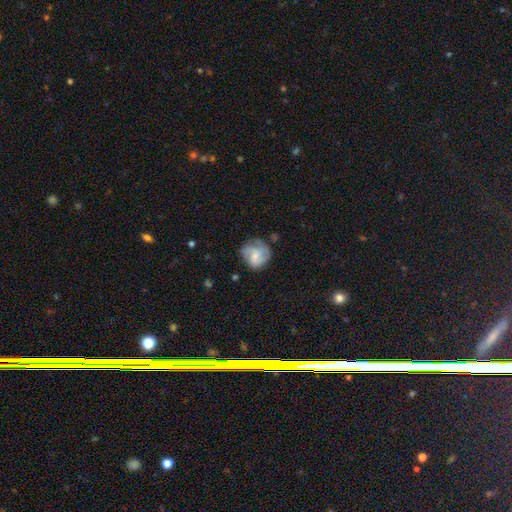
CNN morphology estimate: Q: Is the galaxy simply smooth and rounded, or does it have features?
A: featured or disk — 52%.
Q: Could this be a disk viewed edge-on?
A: no — 98%.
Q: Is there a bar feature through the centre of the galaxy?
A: no — 59%.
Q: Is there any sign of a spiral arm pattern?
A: yes — 75%.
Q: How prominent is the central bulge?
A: small — 45%.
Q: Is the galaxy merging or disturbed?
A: none — 56%.